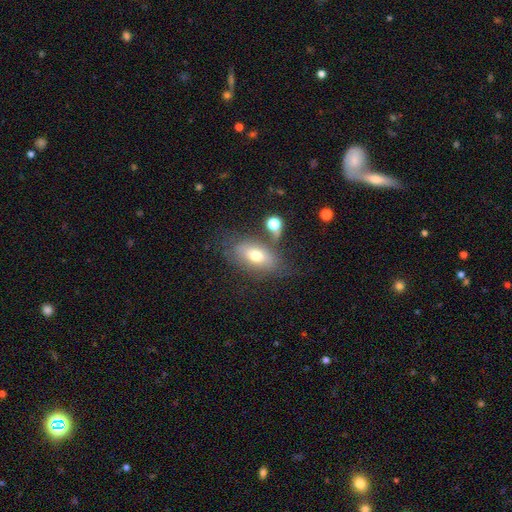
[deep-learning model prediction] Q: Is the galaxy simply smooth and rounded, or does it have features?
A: smooth — 67%.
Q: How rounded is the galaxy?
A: in between — 87%.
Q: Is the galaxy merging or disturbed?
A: none — 52%.